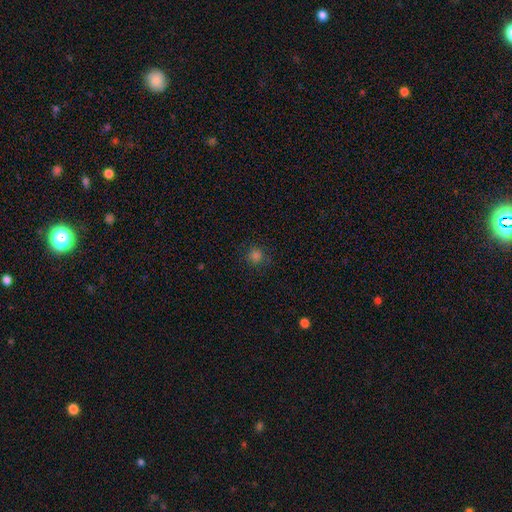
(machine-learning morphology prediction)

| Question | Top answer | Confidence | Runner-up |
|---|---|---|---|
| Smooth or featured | smooth | 76% | star or artifact (19%) |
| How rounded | round | 93% | in between (6%) |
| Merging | none | 86% | minor disturbance (10%) |